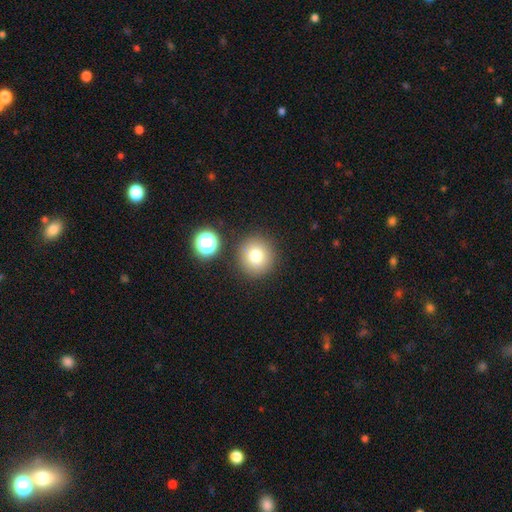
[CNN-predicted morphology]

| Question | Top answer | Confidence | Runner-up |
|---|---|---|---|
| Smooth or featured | smooth | 77% | star or artifact (13%) |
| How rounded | round | 93% | in between (6%) |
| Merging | none | 86% | minor disturbance (7%) |